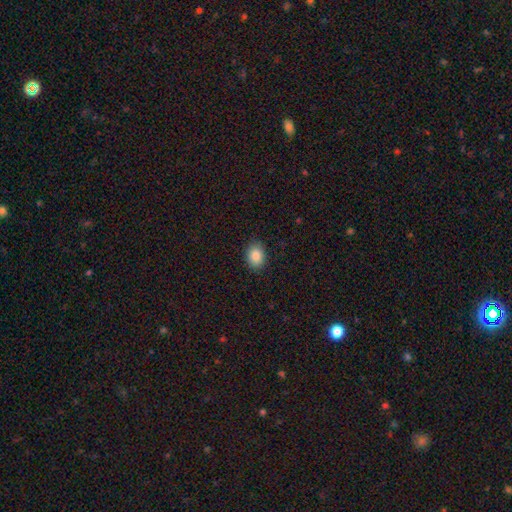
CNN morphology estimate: Overall: smooth (86%). How rounded: in between (71%). Merging: none (88%).